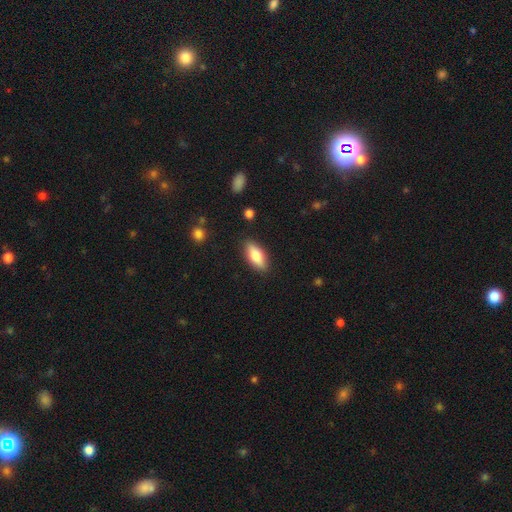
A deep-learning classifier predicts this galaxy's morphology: type=smooth (76%); roundness=in between (75%); merging=none (87%).